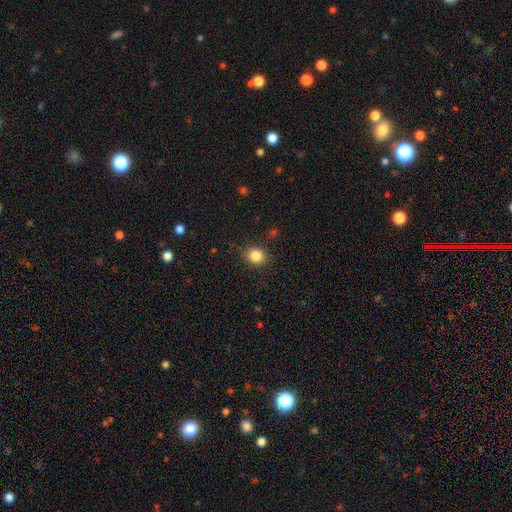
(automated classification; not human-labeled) smooth-or-featured: smooth: 84% | star or artifact: 11% | featured or disk: 5%
  how-rounded: round: 83% | in between: 16% | cigar-shaped: 1%
  merging: none: 88% | minor disturbance: 8% | major disturbance: 3% | merger: 1%